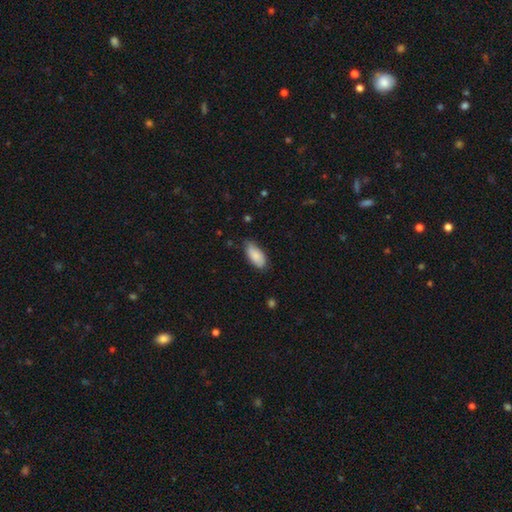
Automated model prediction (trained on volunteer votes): Smooth or featured: smooth — 85% (featured or disk — 9%)
How rounded: in between — 91% (cigar-shaped — 7%)
Merging: none — 70% (minor disturbance — 25%)